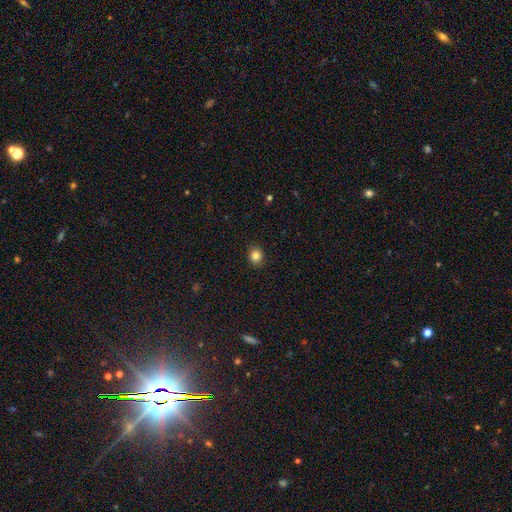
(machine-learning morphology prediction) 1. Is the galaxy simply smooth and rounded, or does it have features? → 83% smooth, 11% star or artifact, 5% featured or disk.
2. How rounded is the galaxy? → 73% round, 26% in between, 1% cigar-shaped.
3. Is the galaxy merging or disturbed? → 91% none, 6% minor disturbance, 2% major disturbance, 1% merger.